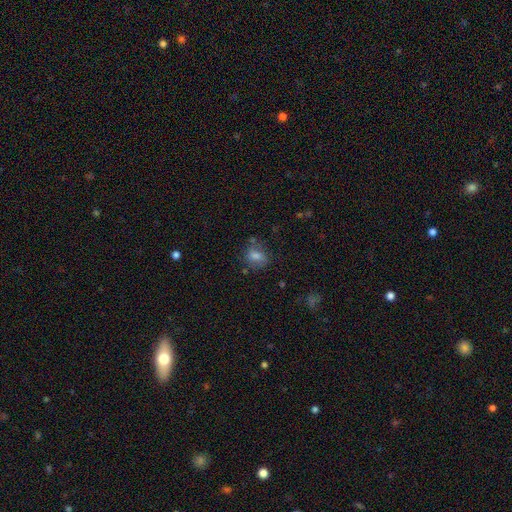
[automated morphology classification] Overall: smooth (73%). How rounded: round (53%; in between 45%). Merging: none (64%).